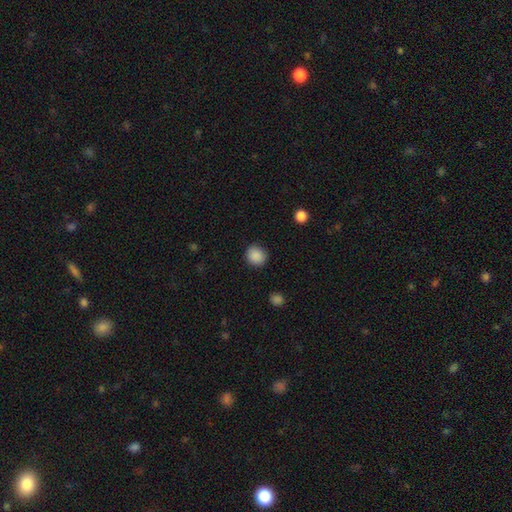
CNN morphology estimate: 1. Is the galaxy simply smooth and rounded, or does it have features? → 88% smooth, 9% star or artifact, 3% featured or disk.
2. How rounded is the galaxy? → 85% round, 14% in between, 1% cigar-shaped.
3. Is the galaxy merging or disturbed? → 89% none, 8% minor disturbance, 2% major disturbance, 1% merger.